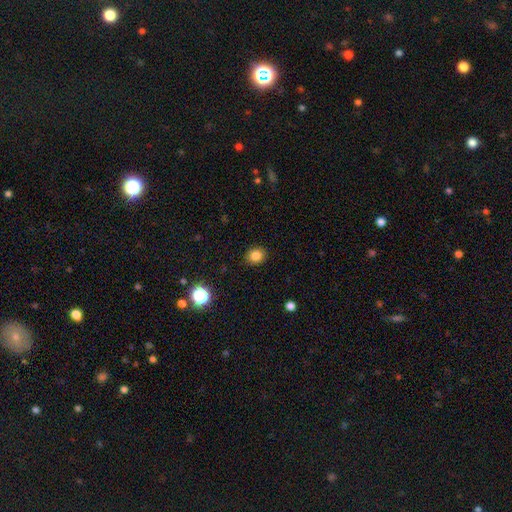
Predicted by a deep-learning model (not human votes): smooth 83%, star or artifact 11%, featured or disk 6%. Down the decision tree: how rounded — round (68%); merging — none (90%).